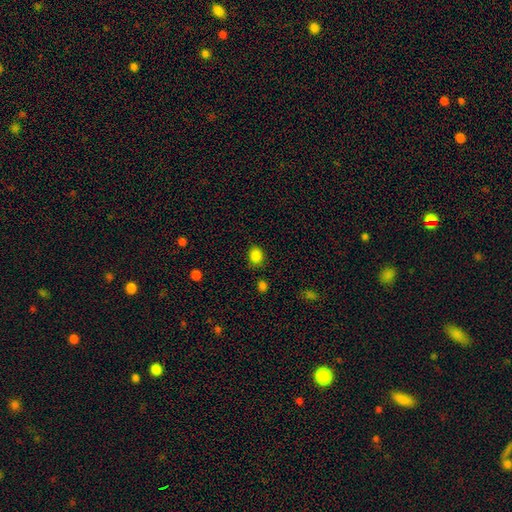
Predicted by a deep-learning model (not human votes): A smooth galaxy with no disk features (85%) that is round (51%). Merging: none (80%).